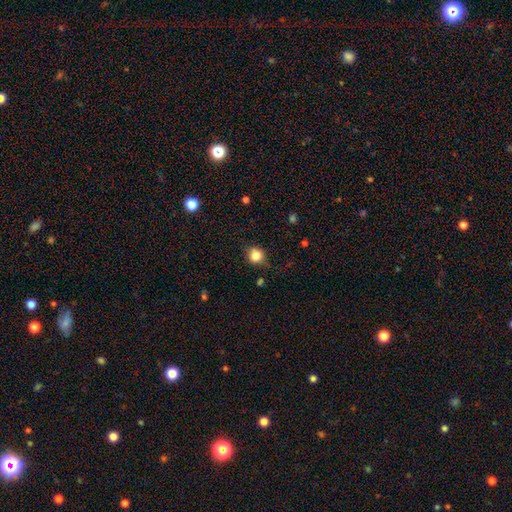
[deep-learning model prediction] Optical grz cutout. It shows a smooth galaxy with no disk features (81%) that is round (81%). Merging: none (75%).